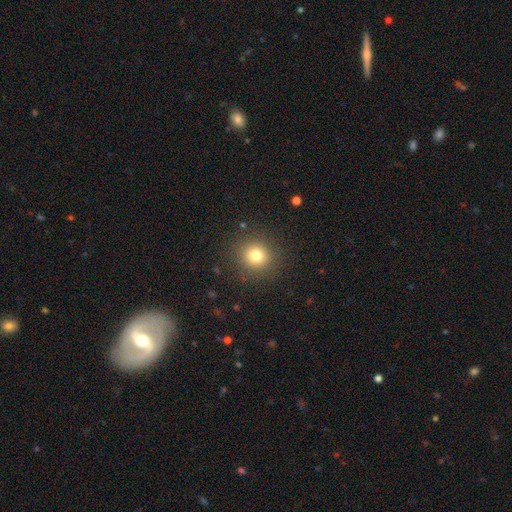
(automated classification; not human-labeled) This is likely a smooth galaxy (77%). How rounded: clearly round (91%). Merging: clearly none (89%).